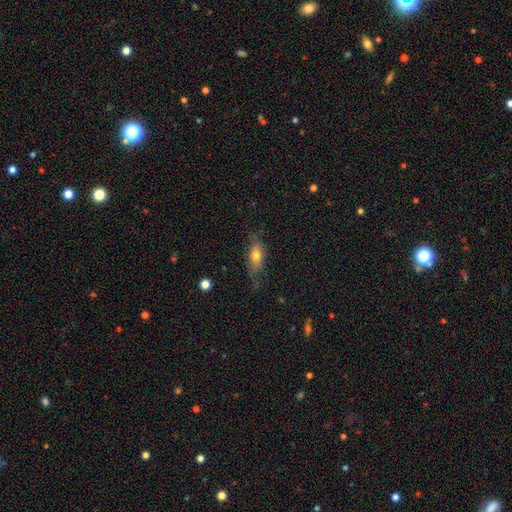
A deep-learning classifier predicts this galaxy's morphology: This appears to be a smooth galaxy with no disk features (66%) that is in between round and cigar-shaped (72%). Merging: none (61%).